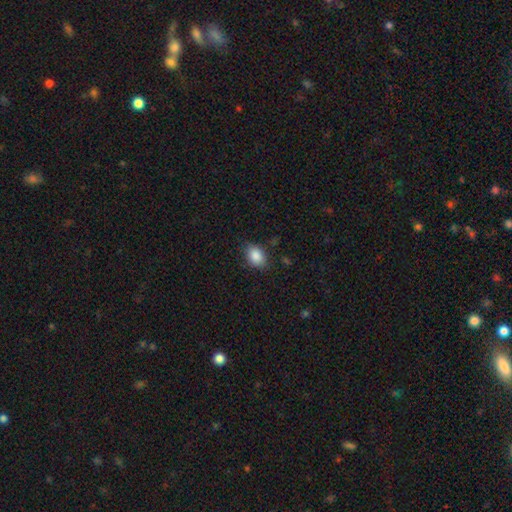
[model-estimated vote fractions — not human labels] smooth_or_featured: smooth (p=0.87) [alt: star or artifact p=0.08]
how_rounded: in between (p=0.75) [alt: round p=0.24]
merging: none (p=0.81) [alt: minor disturbance p=0.14]